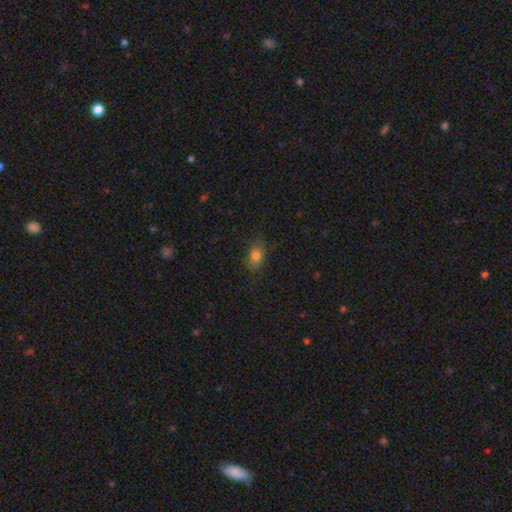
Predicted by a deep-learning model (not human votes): Overall: smooth (78%). How rounded: in between (79%). Merging: none (72%).